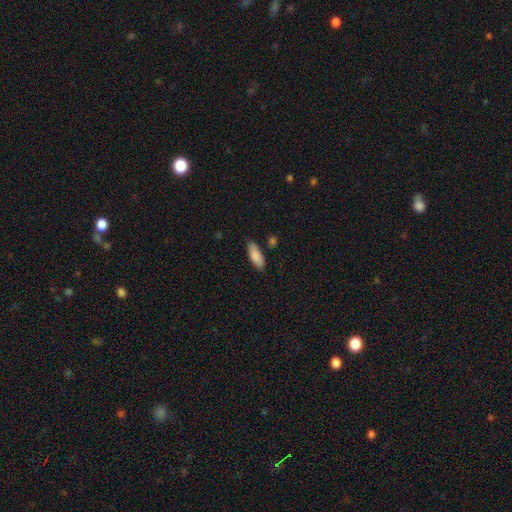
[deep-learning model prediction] smooth_or_featured: smooth (p=0.86) [alt: featured or disk p=0.08]
how_rounded: in between (p=0.75) [alt: cigar-shaped p=0.23]
merging: none (p=0.82) [alt: minor disturbance p=0.12]